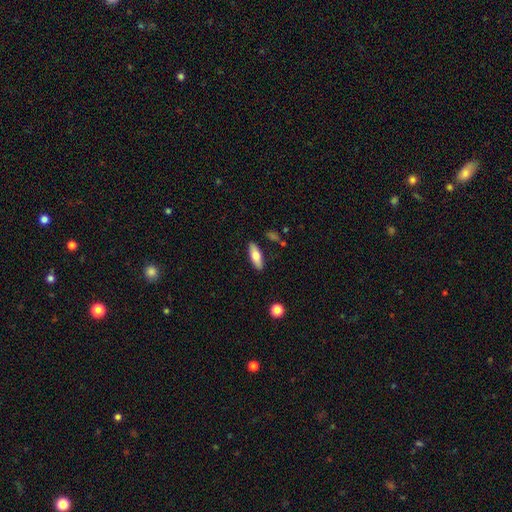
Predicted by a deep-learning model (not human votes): Smooth or featured: smooth — 69% (featured or disk — 25%)
How rounded: in between — 63% (cigar-shaped — 34%)
Merging: none — 86% (minor disturbance — 9%)